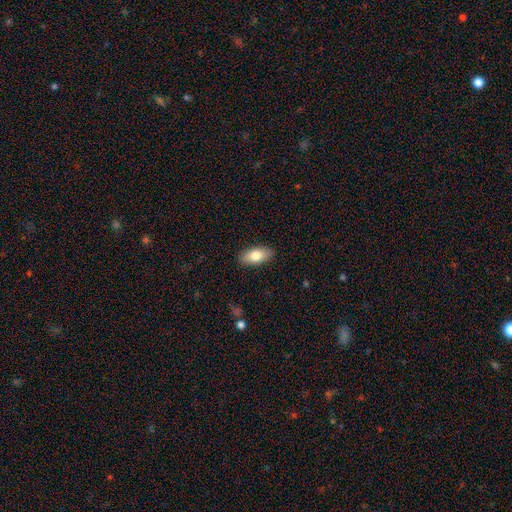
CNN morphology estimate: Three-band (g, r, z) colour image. It shows a smooth galaxy with no disk features (79%) that is in between round and cigar-shaped (89%). Merging: none (88%).